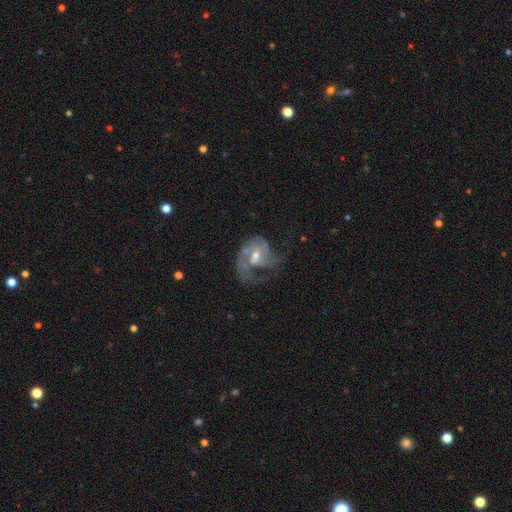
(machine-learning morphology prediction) This is clearly a featured or disk galaxy (80%). It is clearly not viewed edge-on (98%). Bar: possibly no (54%). Spiral arm pattern: clearly yes (86%). Spiral arm count: marginally 2 (40%). Spiral winding: possibly medium (45%). Central bulge: possibly moderate (53%). Merging: marginally major disturbance (41%).